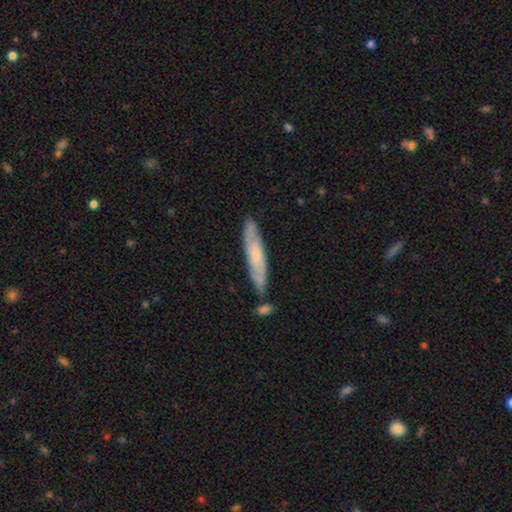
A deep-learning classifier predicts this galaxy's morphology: Smooth or featured? Predicted: featured or disk (p=0.48). Merging? Predicted: none (p=0.75).